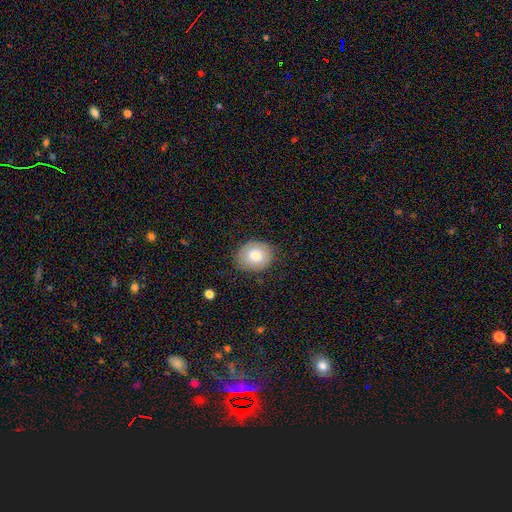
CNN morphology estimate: Smooth or featured: smooth — 75% (featured or disk — 17%)
How rounded: round — 54% (in between — 45%)
Merging: none — 80% (minor disturbance — 15%)